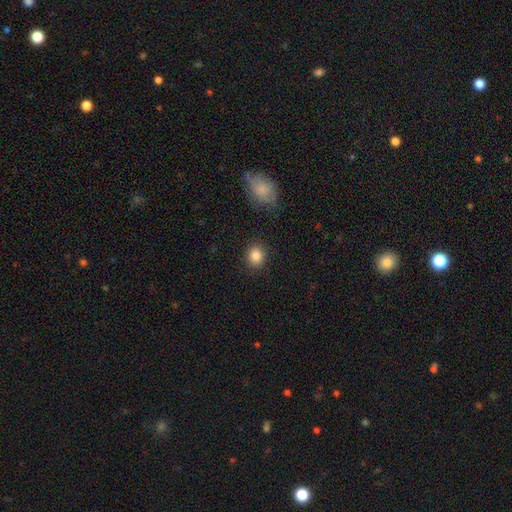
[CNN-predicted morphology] A smooth galaxy with no disk features (85%) that is round (74%). Merging: none (88%).